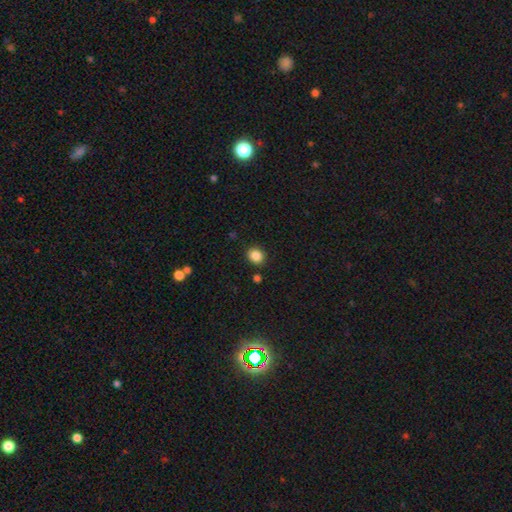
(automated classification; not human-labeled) Smooth or featured: smooth — 86% (star or artifact — 10%)
How rounded: round — 72% (in between — 27%)
Merging: none — 87% (minor disturbance — 7%)